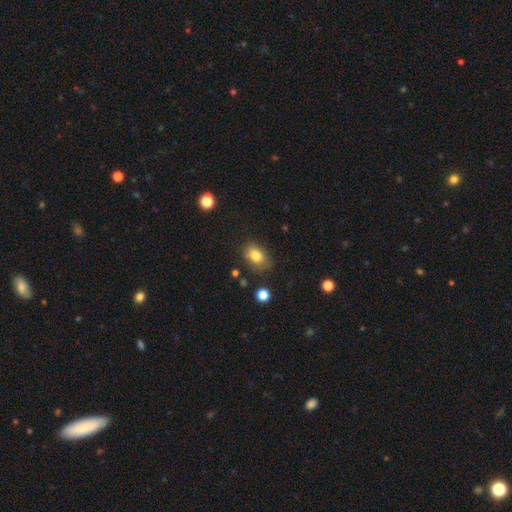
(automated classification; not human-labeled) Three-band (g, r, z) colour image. It shows a smooth galaxy with no disk features (80%) that is in between round and cigar-shaped (72%). Merging: none (72%).